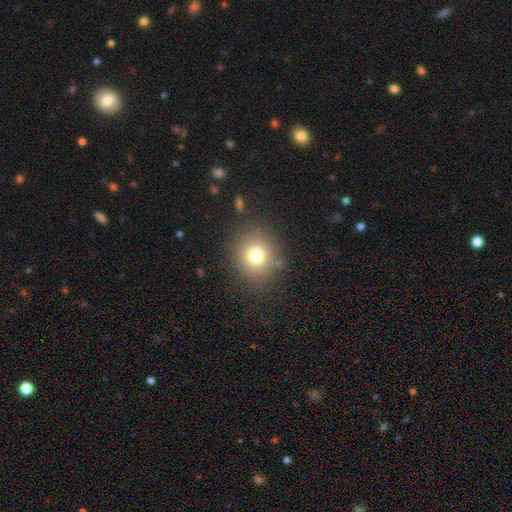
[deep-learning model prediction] A smooth galaxy with no disk features (76%) that is round (82%). Merging: none (83%).